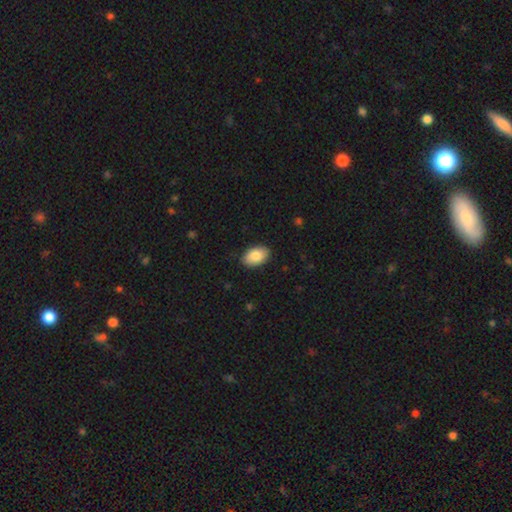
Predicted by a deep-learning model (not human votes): smooth_or_featured: smooth (p=0.84) [alt: featured or disk p=0.10]
how_rounded: in between (p=0.92) [alt: round p=0.07]
merging: none (p=0.88) [alt: minor disturbance p=0.09]